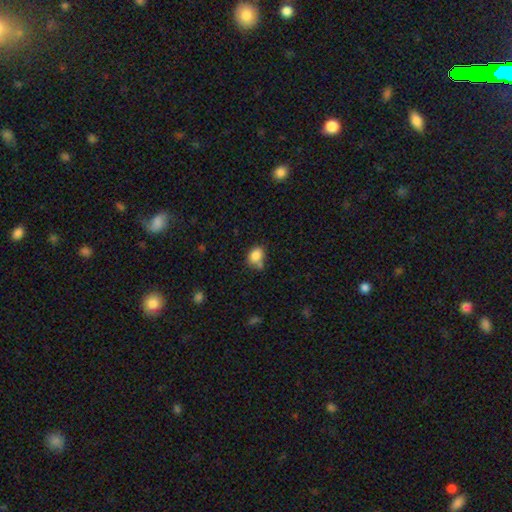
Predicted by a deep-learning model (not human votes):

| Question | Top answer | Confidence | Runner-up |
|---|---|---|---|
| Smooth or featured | smooth | 83% | star or artifact (10%) |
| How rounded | in between | 62% | round (37%) |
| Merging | none | 54% | minor disturbance (22%) |